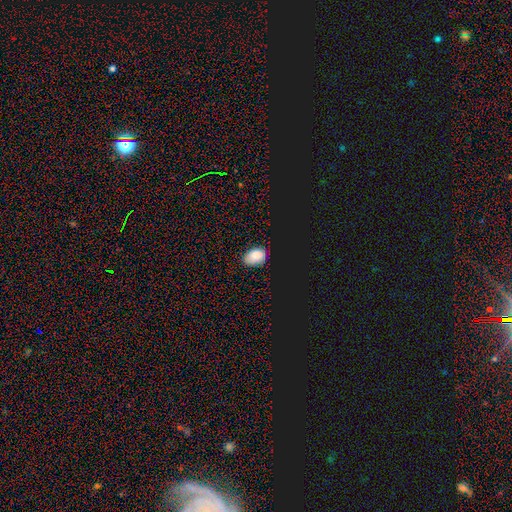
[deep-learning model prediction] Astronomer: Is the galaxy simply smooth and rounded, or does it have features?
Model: smooth — 81%.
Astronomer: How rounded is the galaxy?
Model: in between — 84%.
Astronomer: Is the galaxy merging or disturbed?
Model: none — 79%.